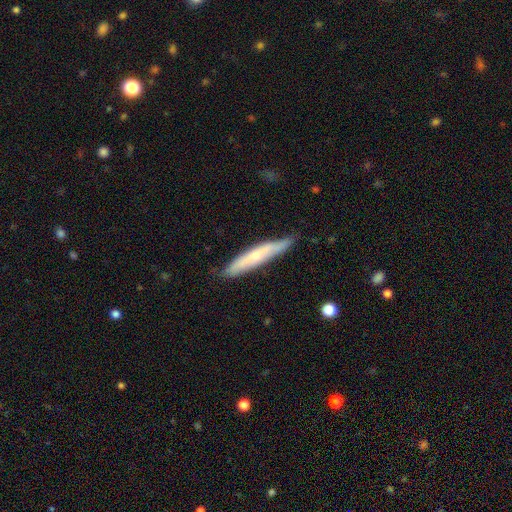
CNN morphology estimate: featured or disk 48%, smooth 46%, star or artifact 6%. Down the decision tree: merging — none (77%).